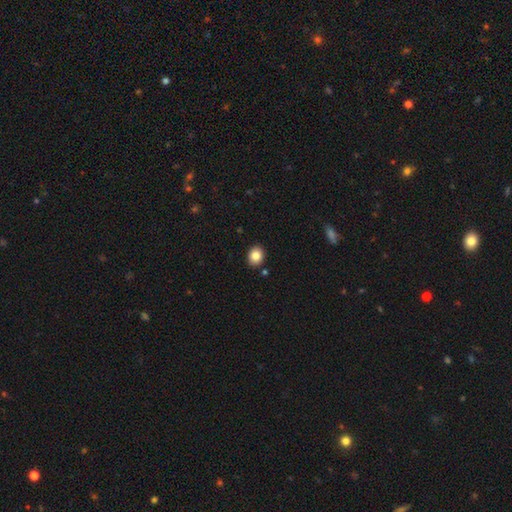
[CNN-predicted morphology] type=smooth (85%); roundness=round (62%); merging=none (90%).